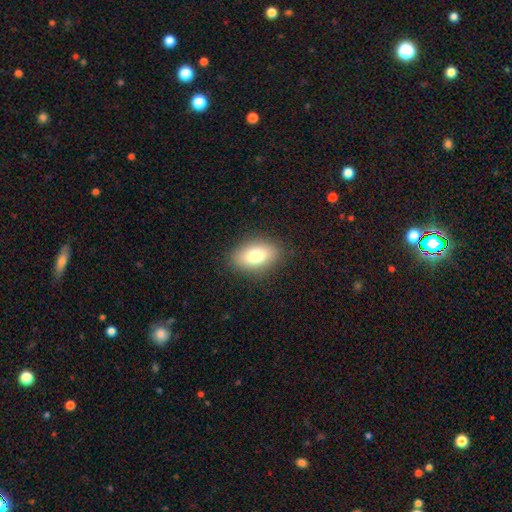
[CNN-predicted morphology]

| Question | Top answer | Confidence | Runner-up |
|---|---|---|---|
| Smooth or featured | smooth | 79% | featured or disk (12%) |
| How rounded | in between | 89% | round (9%) |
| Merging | none | 87% | minor disturbance (10%) |